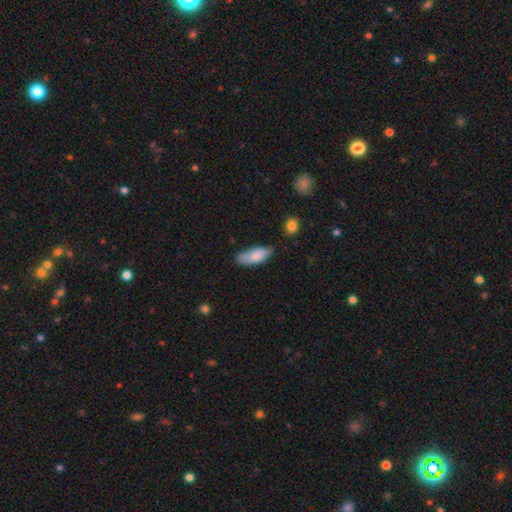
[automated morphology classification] Smooth or featured? Predicted: smooth (p=0.80). How rounded? Predicted: in between (p=0.78). Merging? Predicted: none (p=0.63).